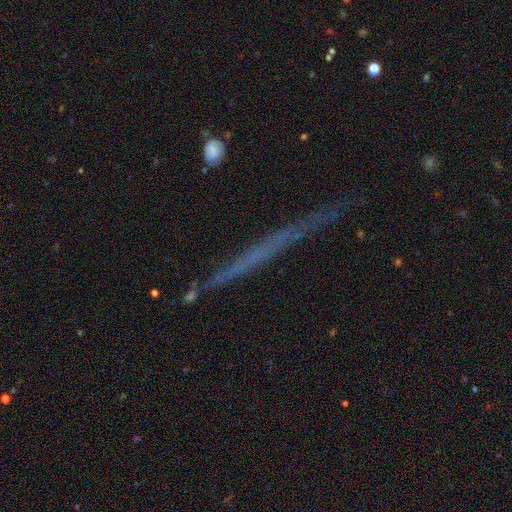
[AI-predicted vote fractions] Smooth or featured? featured or disk (55%)
Edge-on disk? yes (95%)
Edge-on bulge? none (92%)
Merging? none (84%)